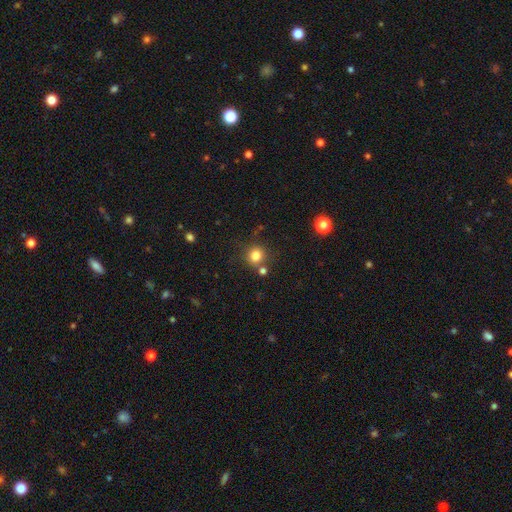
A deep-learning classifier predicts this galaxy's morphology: This is clearly a smooth galaxy (81%). How rounded: clearly round (90%). Merging: likely none (76%).